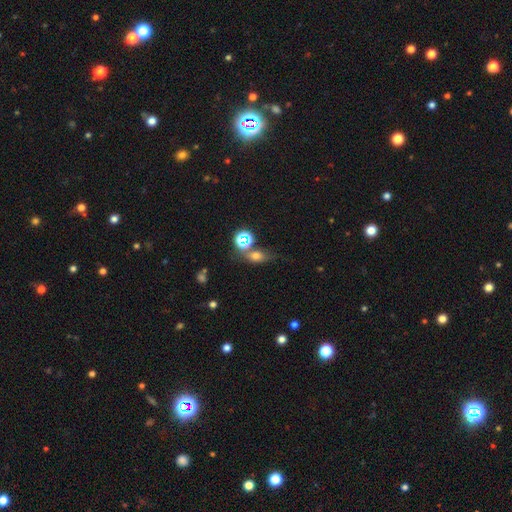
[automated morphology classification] smooth-or-featured: smooth: 58% | star or artifact: 28% | featured or disk: 15%
  how-rounded: in between: 59% | round: 35% | cigar-shaped: 6%
  merging: none: 52% | merger: 19% | minor disturbance: 19% | major disturbance: 11%